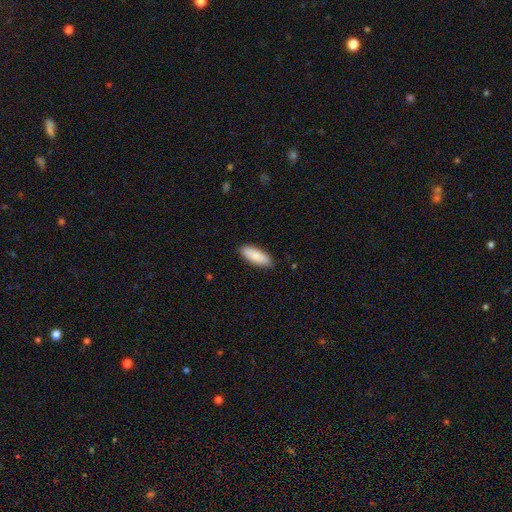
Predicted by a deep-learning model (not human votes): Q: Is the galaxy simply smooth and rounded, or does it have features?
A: smooth — 86%.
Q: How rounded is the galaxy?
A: in between — 71%.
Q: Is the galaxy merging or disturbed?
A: none — 87%.